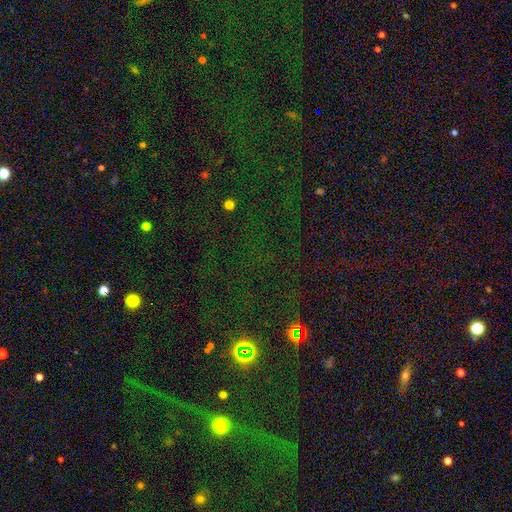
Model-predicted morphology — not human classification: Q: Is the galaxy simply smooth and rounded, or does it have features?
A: star or artifact — 74%.